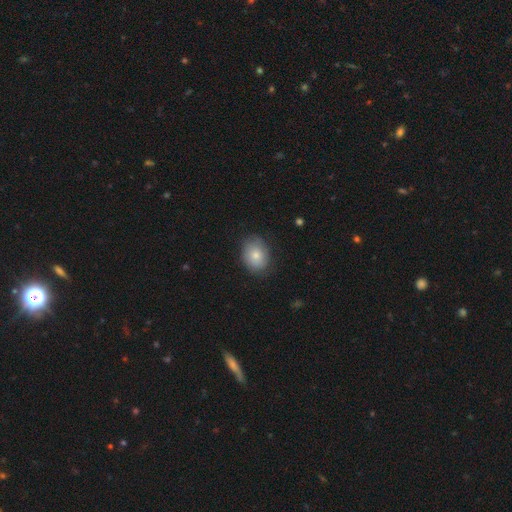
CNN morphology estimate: A smooth galaxy with no disk features (79%) that is in between round and cigar-shaped (57%). Merging: none (77%).